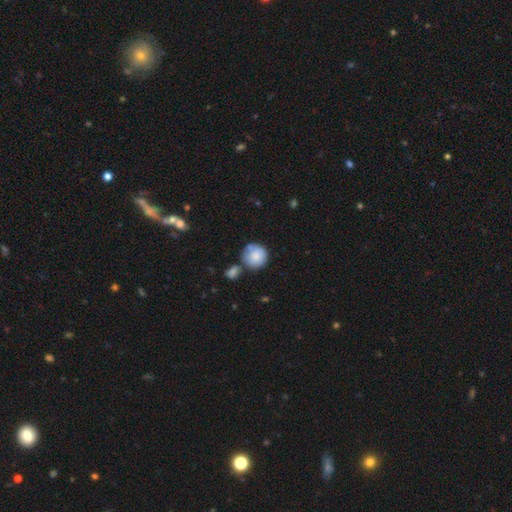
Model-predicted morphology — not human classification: Q: Smooth or featured?
A: smooth (84%); runner-up: featured or disk (9%)
Q: How rounded?
A: round (92%); runner-up: in between (7%)
Q: Merging?
A: none (59%); runner-up: merger (20%)